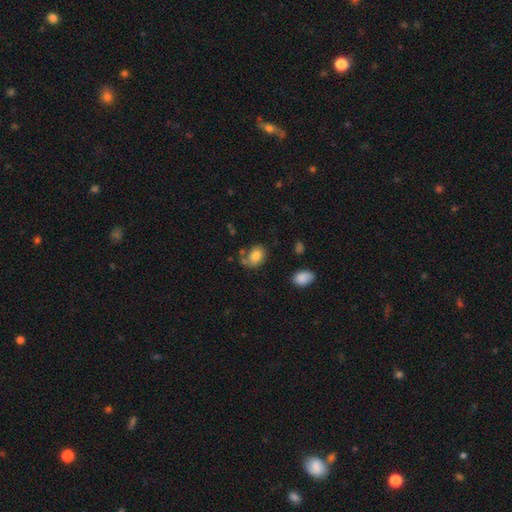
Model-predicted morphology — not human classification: A smooth galaxy with no disk features (75%) that is in between round and cigar-shaped (61%). Merging: none (49%).